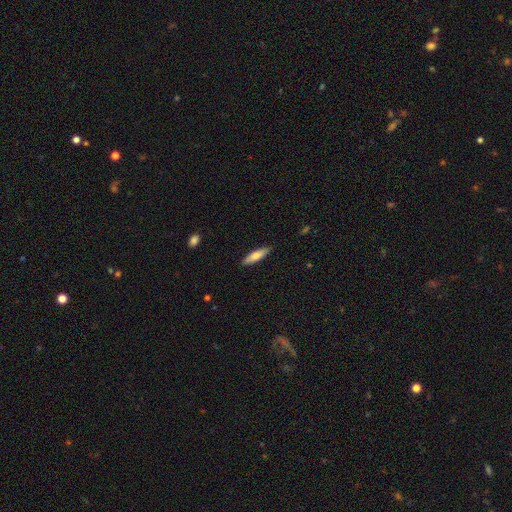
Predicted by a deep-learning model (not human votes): Smooth or featured?
  - smooth: 69% *
  - featured or disk: 26%
  - star or artifact: 6%
How rounded?
  - cigar-shaped: 68% *
  - in between: 30%
  - round: 2%
Merging?
  - none: 90% *
  - minor disturbance: 8%
  - major disturbance: 2%
  - merger: 1%